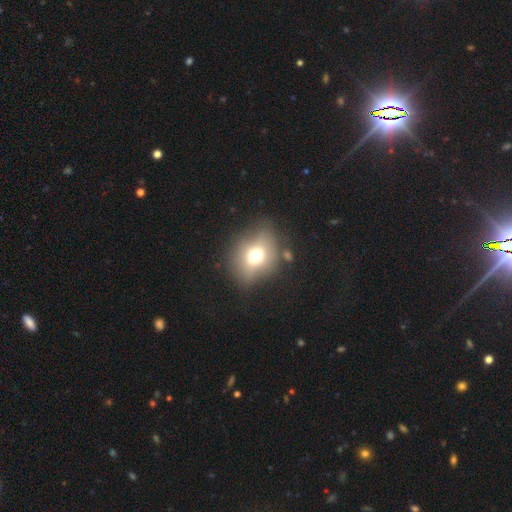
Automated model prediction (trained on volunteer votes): smooth 65%, featured or disk 22%, star or artifact 13%. Down the decision tree: how rounded — round (52%); merging — none (70%).